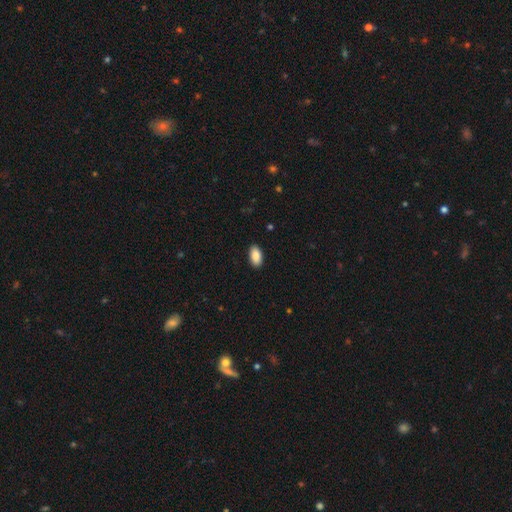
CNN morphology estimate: This appears to be a smooth galaxy with no disk features (90%) that is in between round and cigar-shaped (95%). Merging: none (90%).